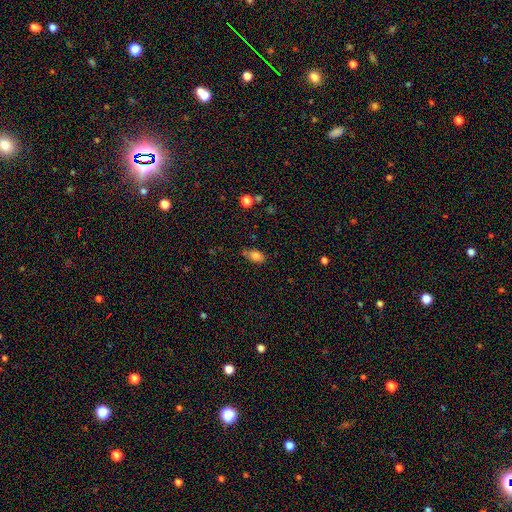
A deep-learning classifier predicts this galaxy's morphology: The model was most divided on "merging": none: 62%, minor disturbance: 25%, merger: 8%, major disturbance: 5%. More confident: how rounded — in between (85%); smooth or featured — smooth (82%).